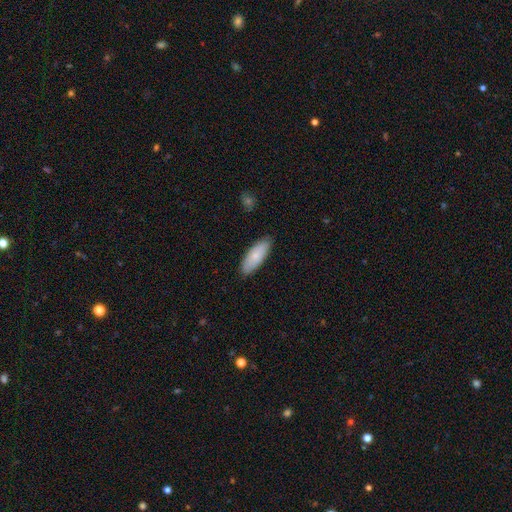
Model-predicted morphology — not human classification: The model was most divided on "how rounded": in between: 71%, cigar-shaped: 27%, round: 2%. More confident: merging — none (85%); smooth or featured — smooth (80%).